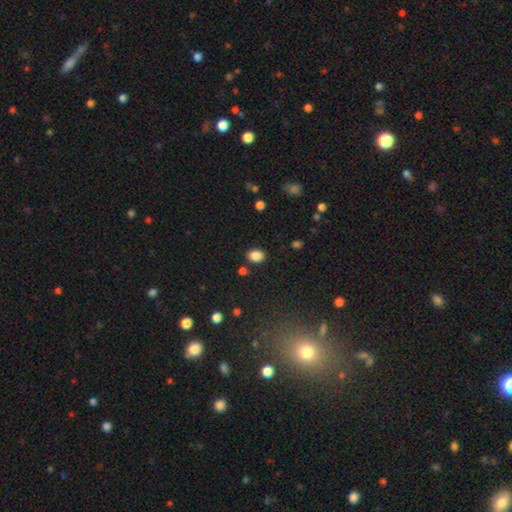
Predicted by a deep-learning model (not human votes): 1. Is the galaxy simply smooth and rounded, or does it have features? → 86% smooth, 10% star or artifact, 4% featured or disk.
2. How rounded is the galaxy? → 53% in between, 47% round, 1% cigar-shaped.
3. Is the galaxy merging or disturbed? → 84% none, 9% minor disturbance, 4% merger, 3% major disturbance.